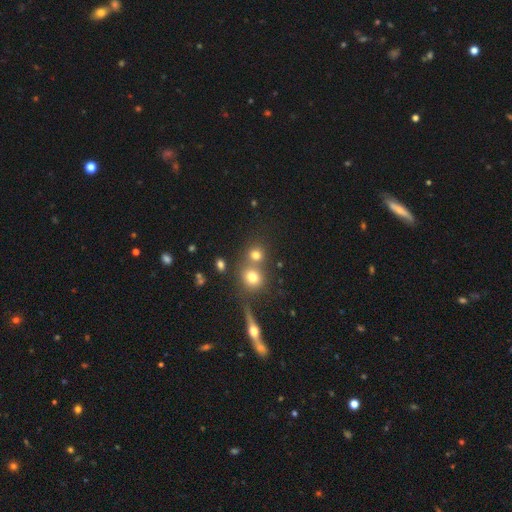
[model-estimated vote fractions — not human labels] Smooth or featured?
  - smooth: 66% *
  - star or artifact: 17%
  - featured or disk: 17%
How rounded?
  - round: 86% *
  - in between: 12%
  - cigar-shaped: 2%
Merging?
  - none: 55% *
  - merger: 34%
  - minor disturbance: 7%
  - major disturbance: 3%